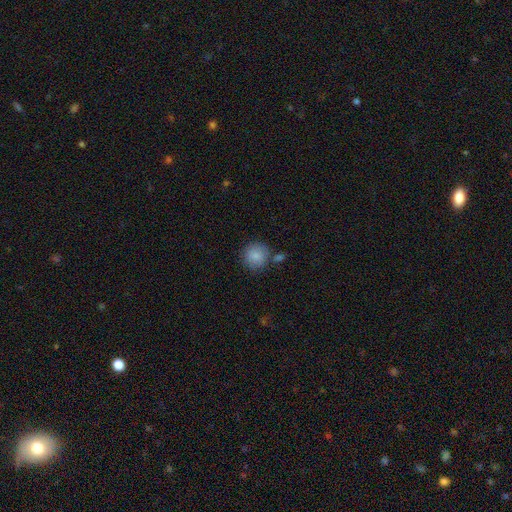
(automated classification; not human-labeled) A smooth galaxy with no disk features (87%) that is round (90%).

Vote fractions:
- Smooth or featured? smooth: 87% / star or artifact: 8% / featured or disk: 5%
- How rounded? round: 90% / in between: 9% / cigar-shaped: 1%
- Merging? none: 74% / minor disturbance: 12% / merger: 11% / major disturbance: 4%